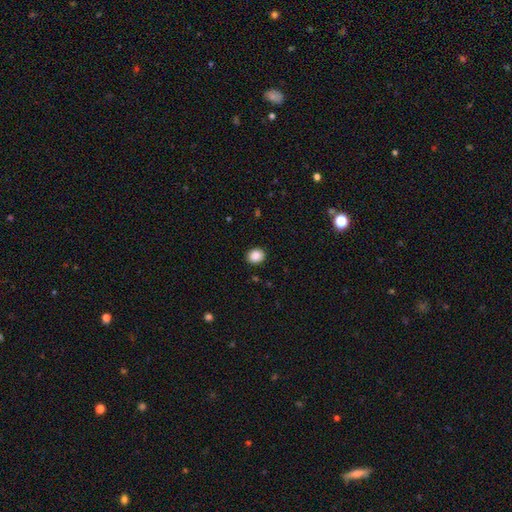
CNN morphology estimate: Smooth or featured? smooth (88%)
How rounded? round (65%)
Merging? none (90%)